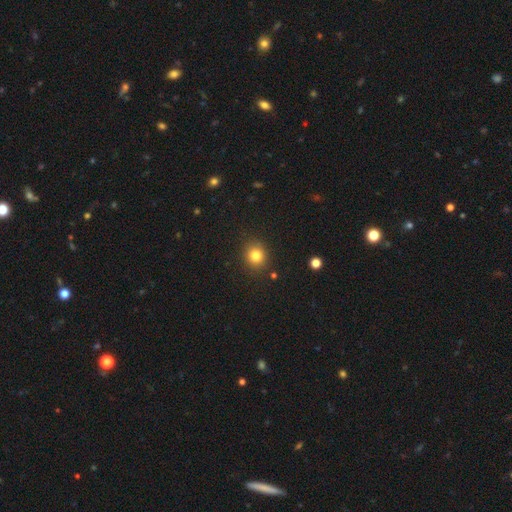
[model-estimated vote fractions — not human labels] This appears to be a smooth galaxy with no disk features (81%) that is round (83%). Merging: none (88%).